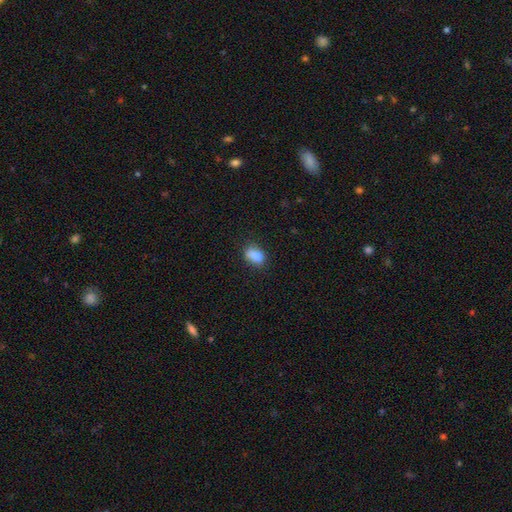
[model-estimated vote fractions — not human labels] This appears to be a smooth galaxy with no disk features (79%) that is in between round and cigar-shaped (75%). Merging: none (47%).